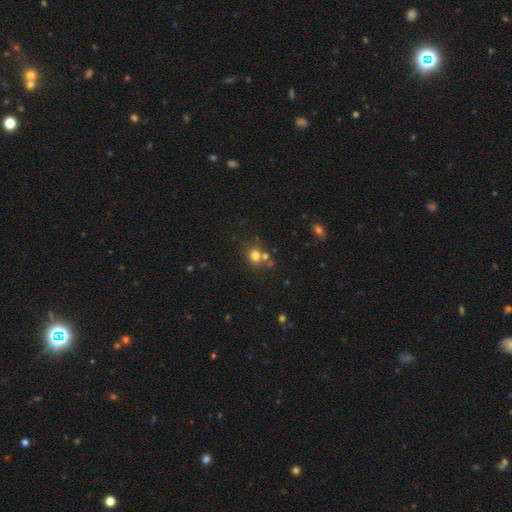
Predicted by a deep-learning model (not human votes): A smooth galaxy with no disk features (74%) that is round (76%). Merging: none (59%).